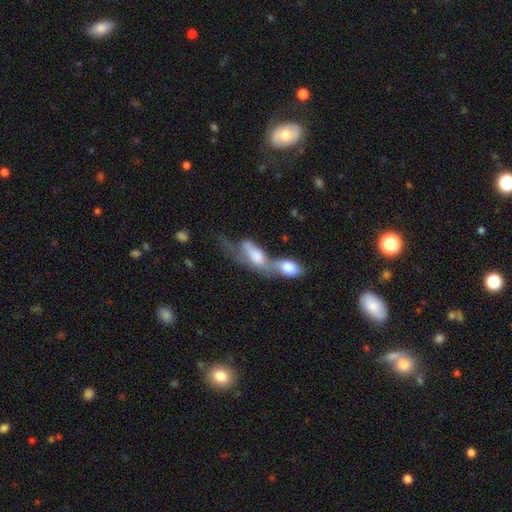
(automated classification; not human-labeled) smooth 59%, featured or disk 33%, star or artifact 8%. Down the decision tree: how rounded — in between (79%); merging — merger (76%).